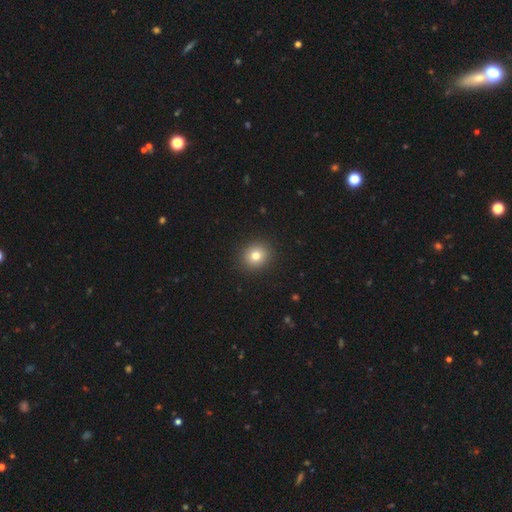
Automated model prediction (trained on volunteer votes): The model was most divided on "smooth or featured": smooth: 79%, star or artifact: 12%, featured or disk: 9%. More confident: merging — none (92%); how rounded — round (84%).